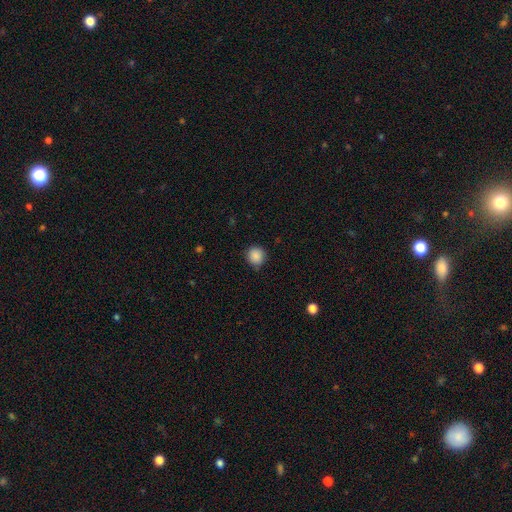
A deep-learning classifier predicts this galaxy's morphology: Smooth or featured? Predicted: smooth (p=0.87). How rounded? Predicted: round (p=0.91). Merging? Predicted: none (p=0.79).